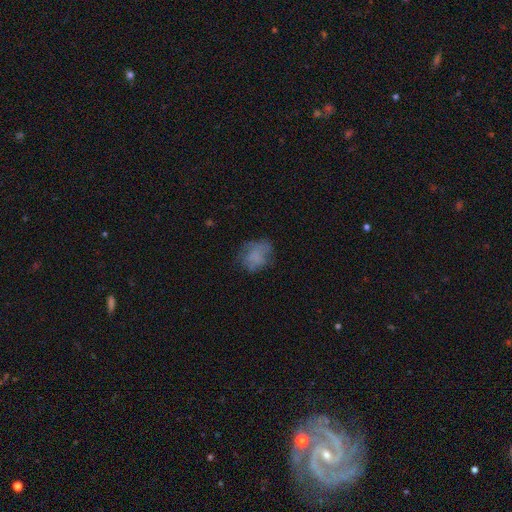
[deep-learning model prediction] smooth-or-featured: smooth: 64% | featured or disk: 24% | star or artifact: 12%
  how-rounded: in between: 56% | round: 43% | cigar-shaped: 1%
  merging: none: 56% | minor disturbance: 25% | major disturbance: 18% | merger: 2%